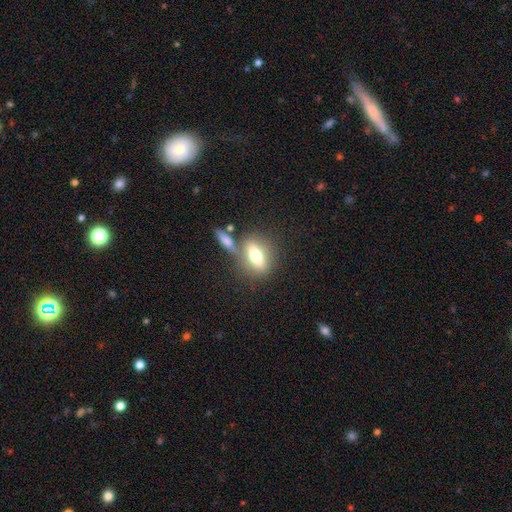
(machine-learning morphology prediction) Smooth or featured? Predicted: smooth (p=0.55). How rounded? Predicted: in between (p=0.66). Merging? Predicted: none (p=0.58).